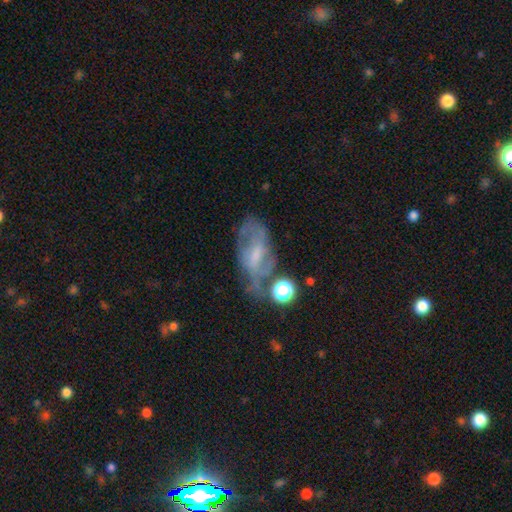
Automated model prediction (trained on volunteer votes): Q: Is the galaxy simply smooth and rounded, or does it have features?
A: featured or disk — 62%.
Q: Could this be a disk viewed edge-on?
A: no — 92%.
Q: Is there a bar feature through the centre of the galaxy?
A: weak — 49%.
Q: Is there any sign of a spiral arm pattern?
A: yes — 68%.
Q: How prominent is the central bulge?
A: small — 35%.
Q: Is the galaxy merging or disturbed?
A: none — 42%.